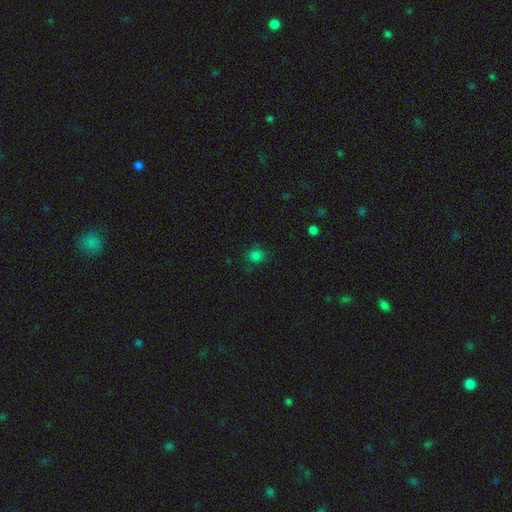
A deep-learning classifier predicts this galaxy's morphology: type=smooth (78%); roundness=round (74%); merging=none (82%).